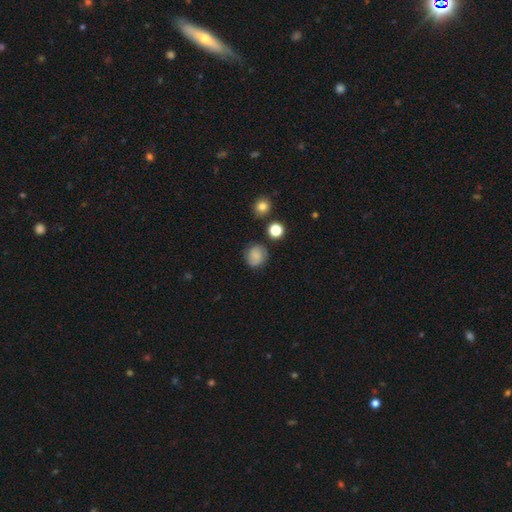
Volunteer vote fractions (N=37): smooth 73%, featured or disk 24%, star or artifact 3%. Down the decision tree: how rounded — round (89%); merging — none (83%).